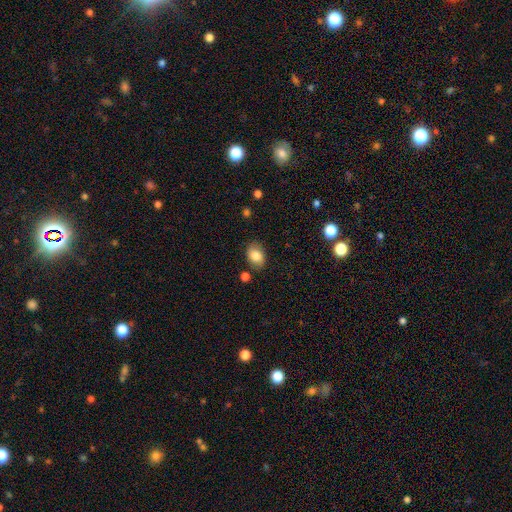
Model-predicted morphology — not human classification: Smooth or featured? smooth (81%)
How rounded? in between (79%)
Merging? none (79%)